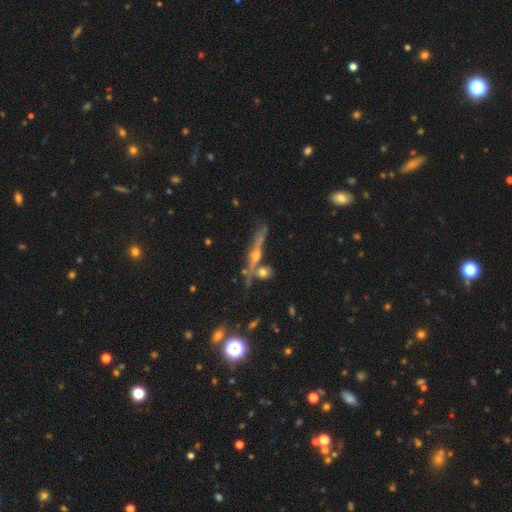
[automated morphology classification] The model was most divided on "smooth or featured": star or artifact: 36%, smooth: 32%, featured or disk: 32%.